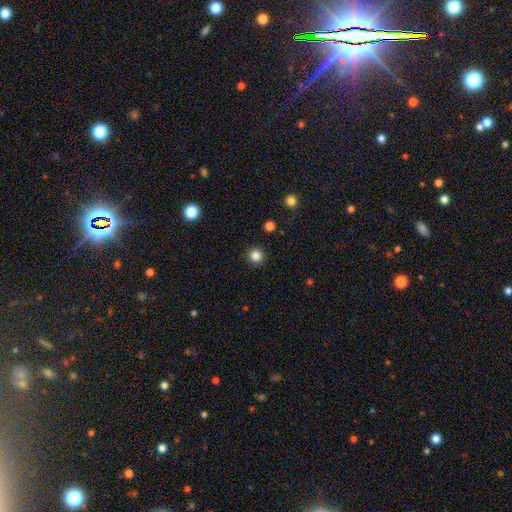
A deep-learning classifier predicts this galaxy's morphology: Smooth or featured?
  - smooth: 84% *
  - star or artifact: 12%
  - featured or disk: 4%
How rounded?
  - round: 95% *
  - in between: 4%
  - cigar-shaped: 1%
Merging?
  - none: 92% *
  - minor disturbance: 5%
  - major disturbance: 2%
  - merger: 1%